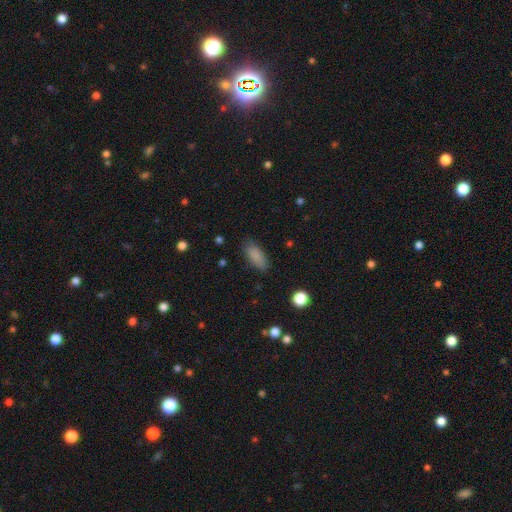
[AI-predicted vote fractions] smooth-or-featured: smooth: 86% | star or artifact: 8% | featured or disk: 6%
  how-rounded: in between: 82% | cigar-shaped: 16% | round: 3%
  merging: none: 80% | minor disturbance: 15% | major disturbance: 4% | merger: 1%